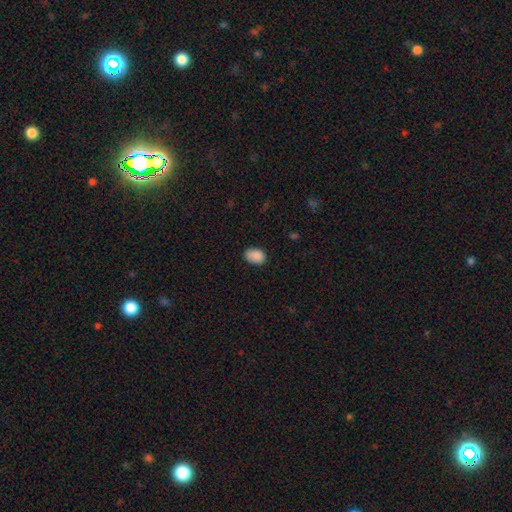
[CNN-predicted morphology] This appears to be a smooth galaxy with no disk features (89%) that is in between round and cigar-shaped (78%). Merging: none (80%).